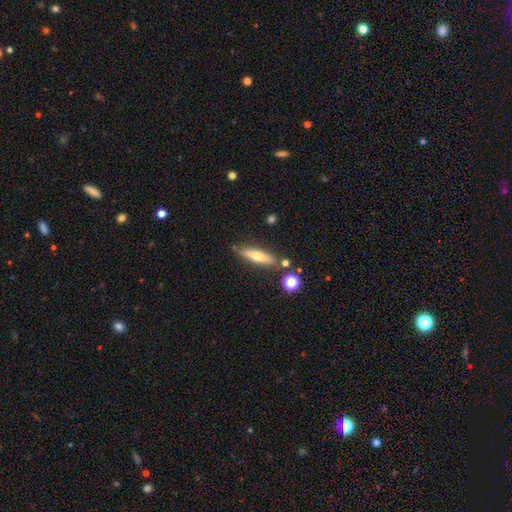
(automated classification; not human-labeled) Smooth or featured? Predicted: smooth (p=0.56). How rounded? Predicted: cigar-shaped (p=0.75). Merging? Predicted: none (p=0.80).